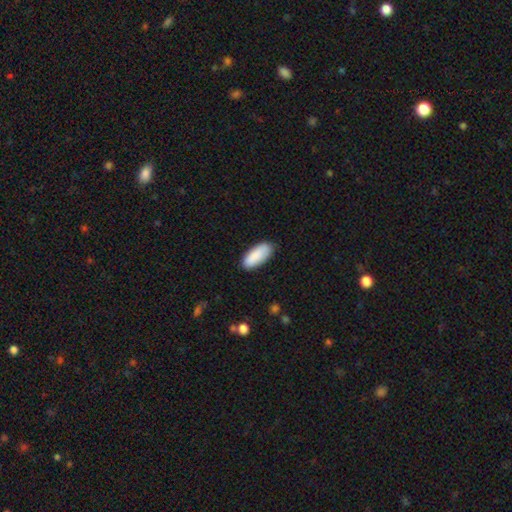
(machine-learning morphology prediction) Overall: smooth (89%). How rounded: in between (80%). Merging: none (83%).